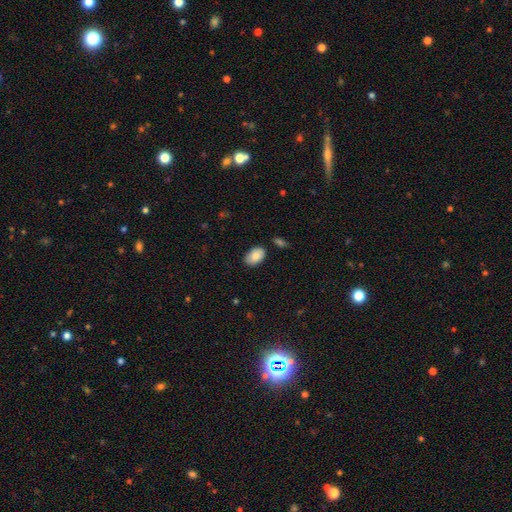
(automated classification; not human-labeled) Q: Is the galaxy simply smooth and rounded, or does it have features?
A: smooth — 84%.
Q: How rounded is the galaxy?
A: in between — 91%.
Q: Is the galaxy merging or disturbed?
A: none — 81%.